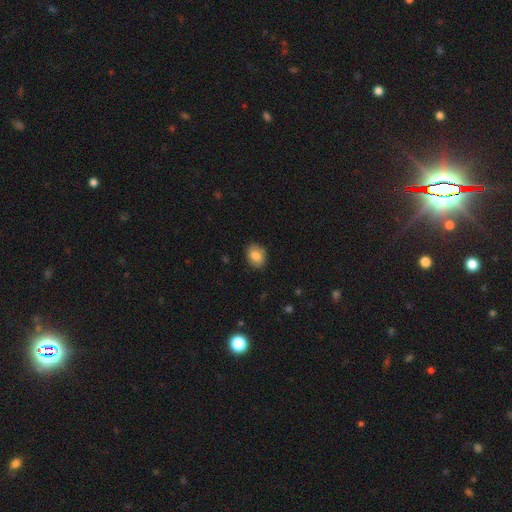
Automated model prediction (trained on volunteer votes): A smooth galaxy with no disk features (81%) that is in between round and cigar-shaped (64%).

Vote fractions:
- Smooth or featured? smooth: 81% / featured or disk: 11% / star or artifact: 8%
- How rounded? in between: 64% / round: 35% / cigar-shaped: 1%
- Merging? none: 86% / minor disturbance: 11% / major disturbance: 2% / merger: 1%